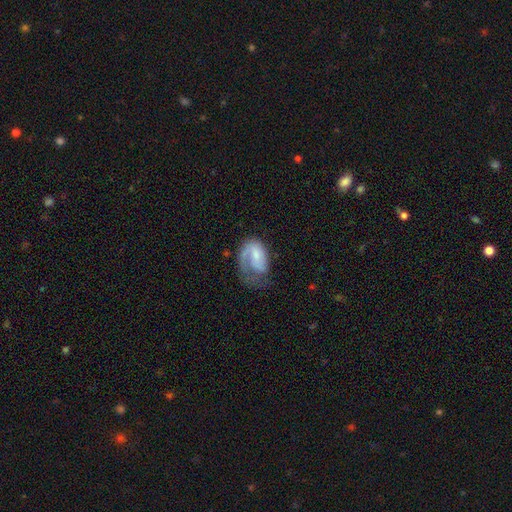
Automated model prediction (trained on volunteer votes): Smooth or featured?
  - featured or disk: 65% *
  - smooth: 29%
  - star or artifact: 6%
Edge-on disk?
  - no: 97% *
  - yes: 3%
Bar?
  - no: 55% *
  - weak: 37%
  - strong: 9%
Spiral arms?
  - yes: 87% *
  - no: 13%
Spiral winding?
  - medium: 39% *
  - loose: 34%
  - tight: 28%
Spiral arm count?
  - 1: 70% *
  - 2: 19%
  - can't tell: 8%
  - 3: 2%
  - 4: 1%
  - more than 4: 1%
Bulge size?
  - small: 47% *
  - moderate: 31%
  - none: 16%
  - large: 5%
  - dominant: 2%
Merging?
  - major disturbance: 38% *
  - none: 35%
  - minor disturbance: 24%
  - merger: 2%